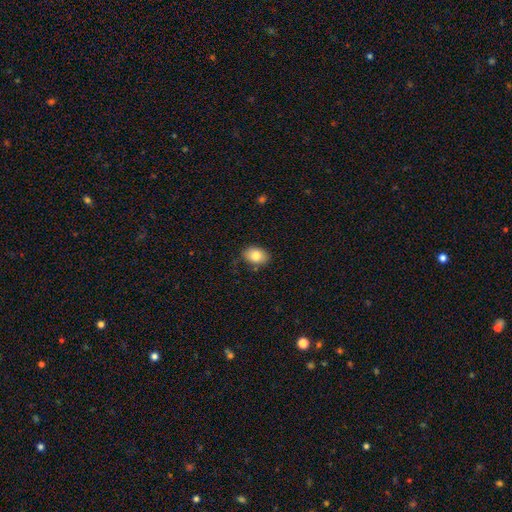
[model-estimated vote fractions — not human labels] Q: Smooth or featured?
A: smooth (81%); runner-up: featured or disk (11%)
Q: How rounded?
A: in between (82%); runner-up: round (16%)
Q: Merging?
A: none (83%); runner-up: minor disturbance (13%)